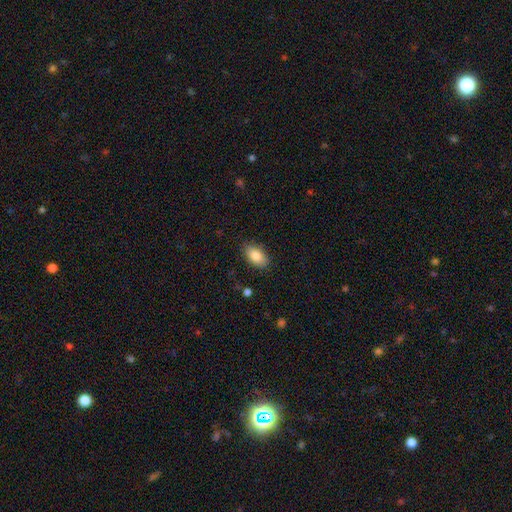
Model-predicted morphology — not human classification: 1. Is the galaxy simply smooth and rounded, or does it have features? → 85% smooth, 8% featured or disk, 7% star or artifact.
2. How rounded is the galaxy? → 92% in between, 6% round, 2% cigar-shaped.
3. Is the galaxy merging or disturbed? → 85% none, 11% minor disturbance, 3% major disturbance, 1% merger.